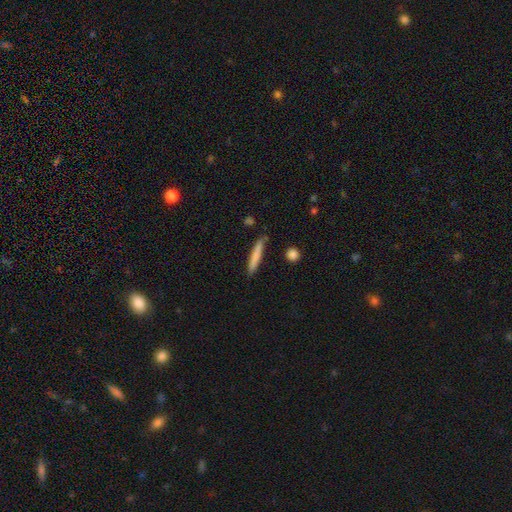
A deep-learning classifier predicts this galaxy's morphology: smooth_or_featured: smooth (p=0.75) [alt: featured or disk p=0.19]
how_rounded: cigar-shaped (p=0.94) [alt: in between p=0.05]
merging: none (p=0.85) [alt: minor disturbance p=0.11]